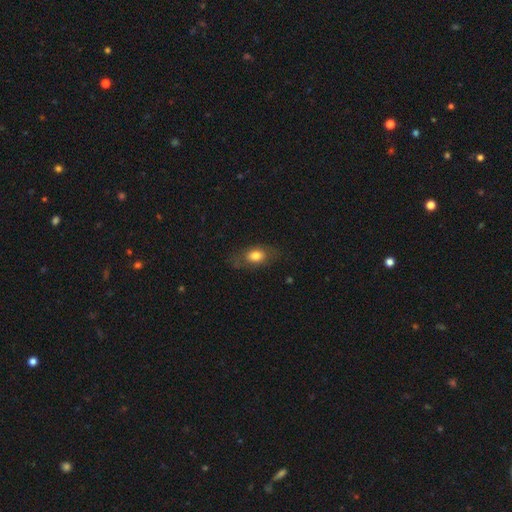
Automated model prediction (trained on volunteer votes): Smooth or featured?
  - smooth: 71% *
  - featured or disk: 20%
  - star or artifact: 8%
How rounded?
  - in between: 80% *
  - round: 16%
  - cigar-shaped: 4%
Merging?
  - none: 72% *
  - minor disturbance: 18%
  - major disturbance: 8%
  - merger: 1%